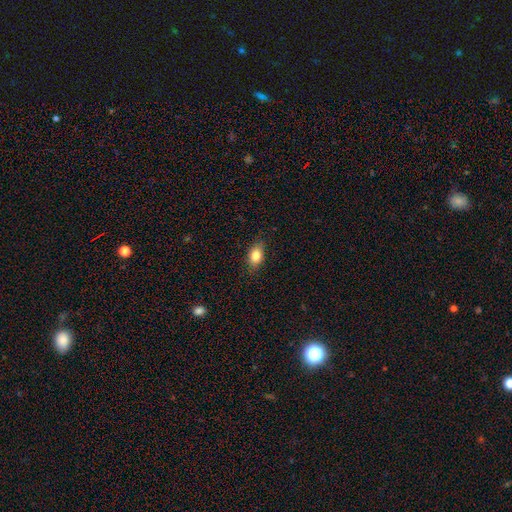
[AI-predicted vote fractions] Smooth or featured: smooth — 83% (featured or disk — 9%)
How rounded: in between — 85% (round — 12%)
Merging: none — 84% (minor disturbance — 13%)